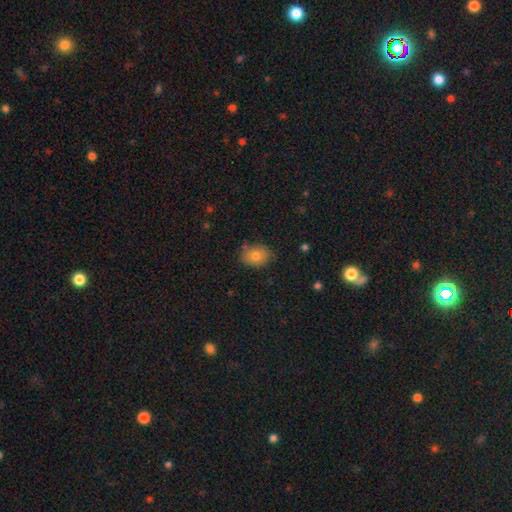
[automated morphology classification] Q: Smooth or featured?
A: smooth (81%); runner-up: featured or disk (10%)
Q: How rounded?
A: in between (67%); runner-up: round (32%)
Q: Merging?
A: none (80%); runner-up: minor disturbance (15%)